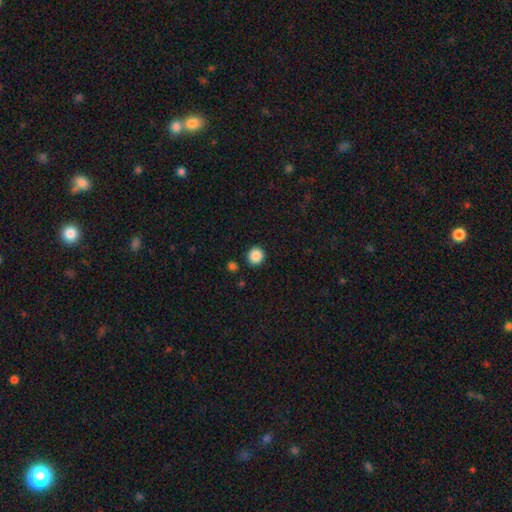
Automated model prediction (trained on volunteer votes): smooth-or-featured: smooth: 88% | star or artifact: 9% | featured or disk: 3%
  how-rounded: round: 91% | in between: 8% | cigar-shaped: 1%
  merging: none: 90% | minor disturbance: 6% | merger: 2% | major disturbance: 2%